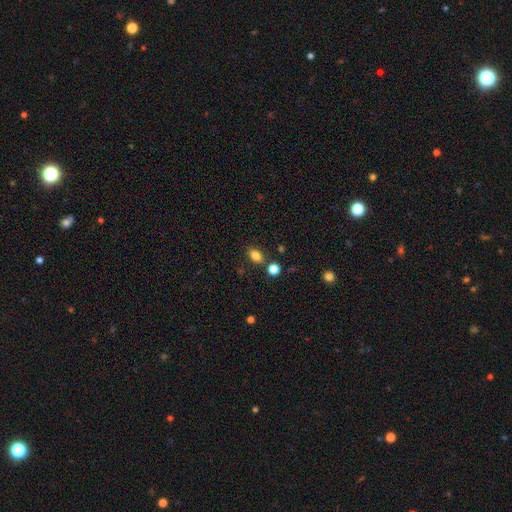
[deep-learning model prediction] A smooth galaxy with no disk features (83%) that is in between round and cigar-shaped (77%). Merging: none (77%).